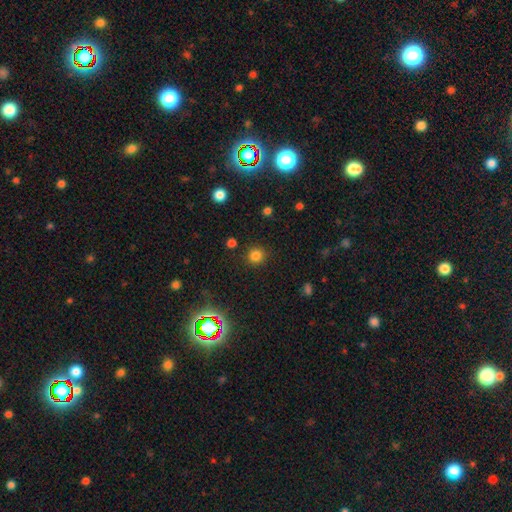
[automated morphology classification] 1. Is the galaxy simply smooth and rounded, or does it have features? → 79% smooth, 16% star or artifact, 5% featured or disk.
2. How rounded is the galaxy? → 93% round, 6% in between, 1% cigar-shaped.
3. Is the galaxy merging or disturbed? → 89% none, 7% minor disturbance, 3% major disturbance, 2% merger.